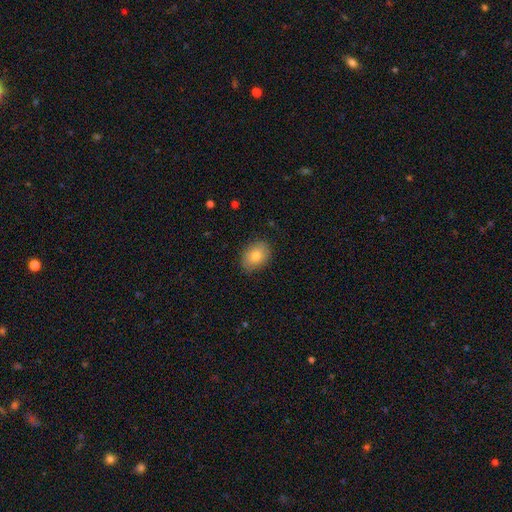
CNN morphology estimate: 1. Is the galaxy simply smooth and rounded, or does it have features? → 79% smooth, 13% featured or disk, 8% star or artifact.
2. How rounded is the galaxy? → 71% in between, 28% round, 1% cigar-shaped.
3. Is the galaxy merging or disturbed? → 85% none, 12% minor disturbance, 2% major disturbance, 1% merger.